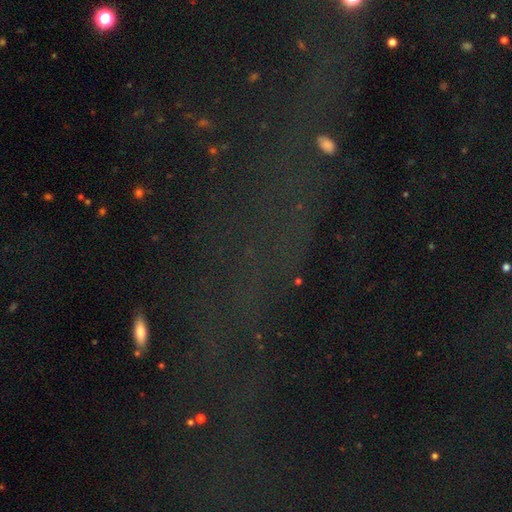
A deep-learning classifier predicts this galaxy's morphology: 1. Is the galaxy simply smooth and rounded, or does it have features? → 70% star or artifact, 15% featured or disk, 15% smooth.